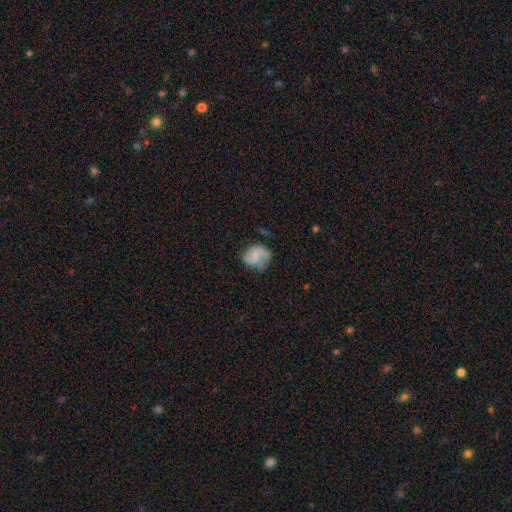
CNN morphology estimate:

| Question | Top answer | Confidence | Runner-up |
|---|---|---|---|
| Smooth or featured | smooth | 47% | featured or disk (45%) |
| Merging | none | 55% | minor disturbance (28%) |